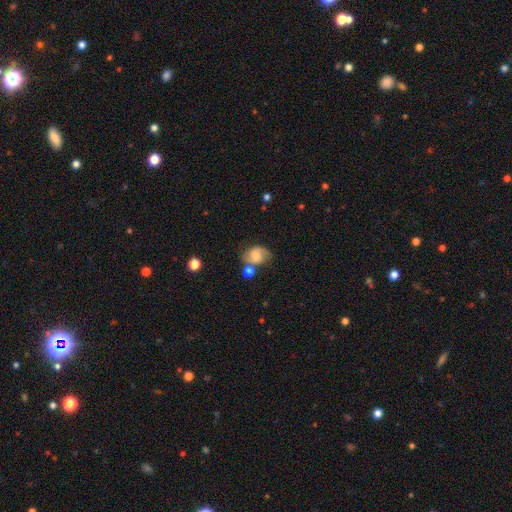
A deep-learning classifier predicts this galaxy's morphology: Q: Smooth or featured?
A: smooth (46%); runner-up: featured or disk (44%)
Q: Merging?
A: none (49%); runner-up: minor disturbance (23%)